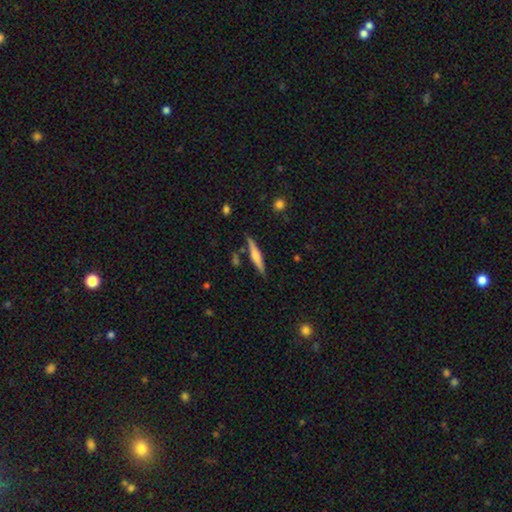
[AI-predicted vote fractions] This is possibly a featured or disk galaxy (47%, tied with smooth). Merging: clearly none (82%).